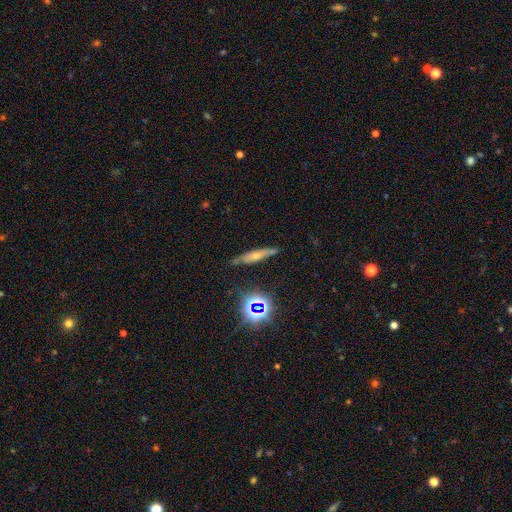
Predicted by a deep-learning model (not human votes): This appears to be a featured or disk galaxy (51%) viewed edge-on (89%). Merging: none (83%).